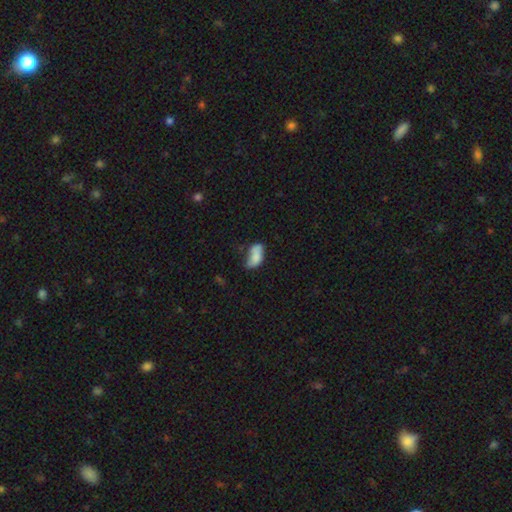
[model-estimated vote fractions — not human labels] Overall: smooth (72%). How rounded: in between (91%). Merging: none (37%; minor disturbance 34%).